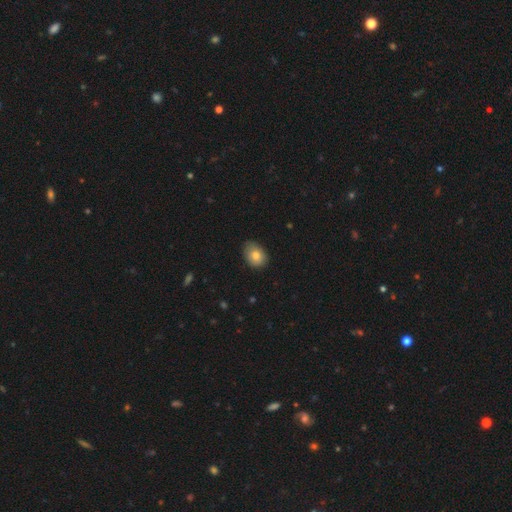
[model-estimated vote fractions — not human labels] The model was most divided on "how rounded": in between: 68%, round: 31%, cigar-shaped: 1%. More confident: smooth or featured — smooth (81%); merging — none (73%).